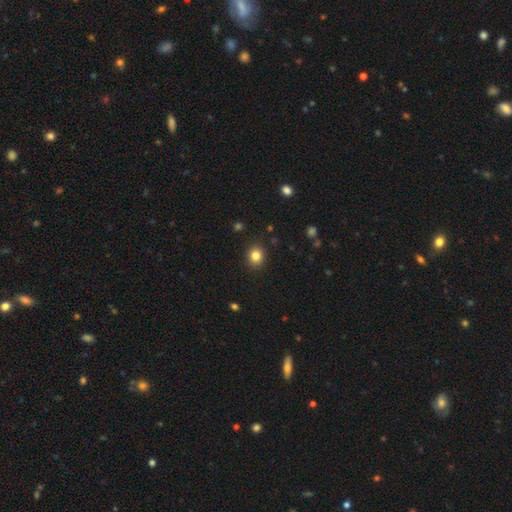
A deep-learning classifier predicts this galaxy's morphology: A smooth galaxy with no disk features (83%) that is round (79%). Merging: none (90%).